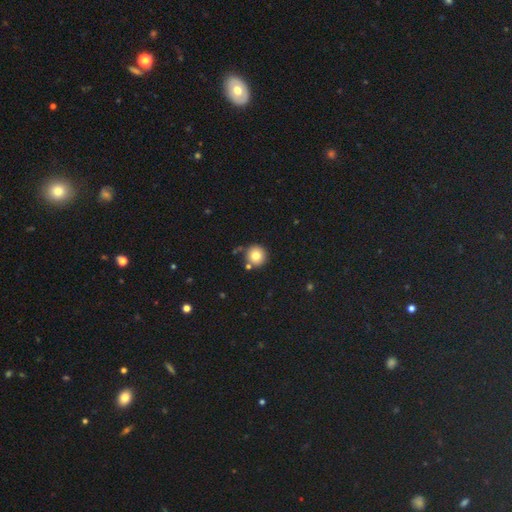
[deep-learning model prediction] Morphology: type=smooth (78%); roundness=round (95%); merging=none (81%).